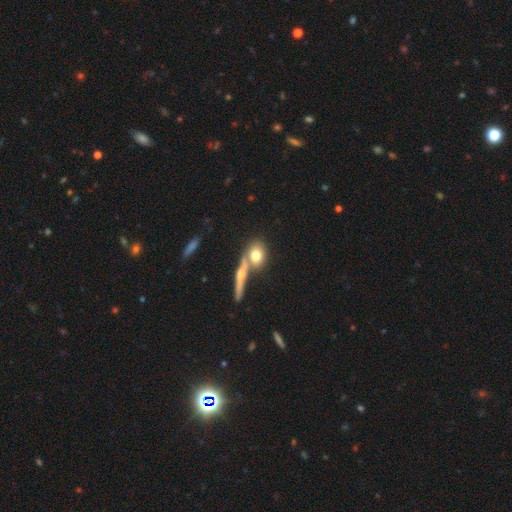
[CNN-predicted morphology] Smooth or featured: smooth — 70% (featured or disk — 22%)
How rounded: in between — 46% (round — 44%)
Merging: none — 52% (merger — 33%)